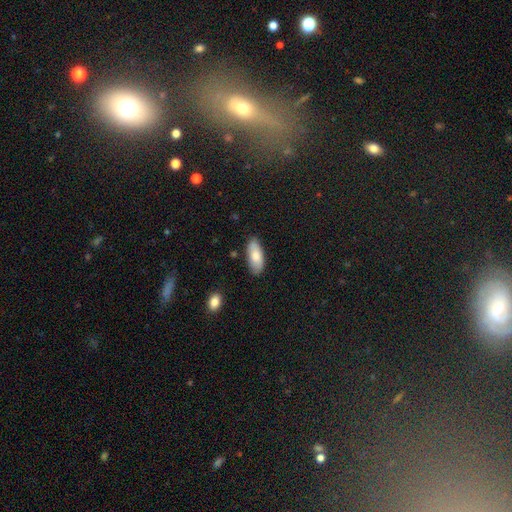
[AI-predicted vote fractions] Smooth or featured? smooth (78%)
How rounded? in between (86%)
Merging? none (84%)